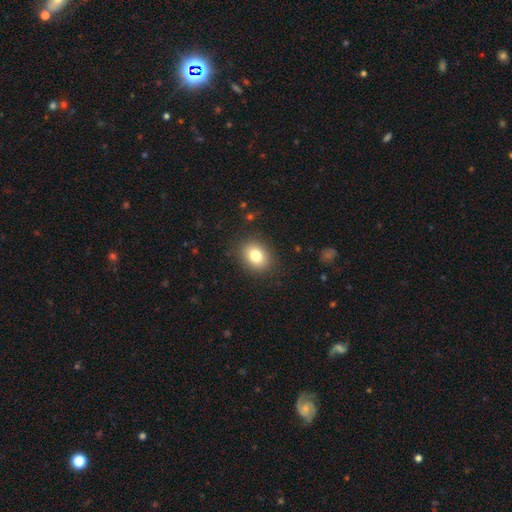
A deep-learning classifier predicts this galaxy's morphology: The model was most divided on "how rounded": in between: 53%, round: 46%, cigar-shaped: 1%. More confident: merging — none (88%); smooth or featured — smooth (81%).